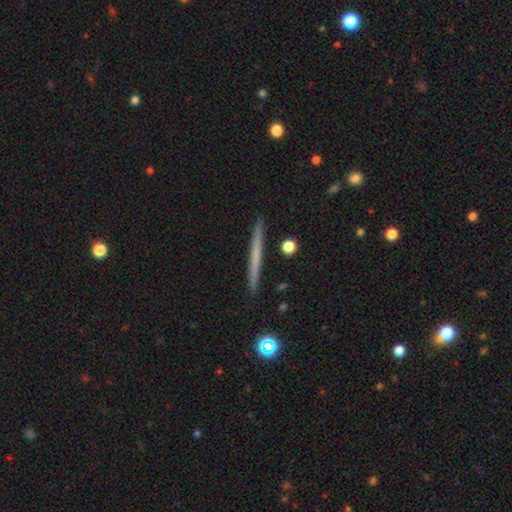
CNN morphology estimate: smooth 51%, featured or disk 44%, star or artifact 6%. Down the decision tree: how rounded — cigar-shaped (97%); merging — none (92%).